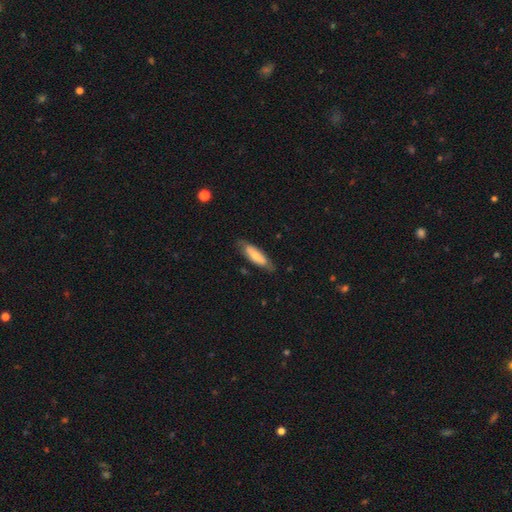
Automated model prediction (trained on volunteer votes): Overall: smooth (69%). How rounded: cigar-shaped (51%; in between 47%). Merging: none (73%).